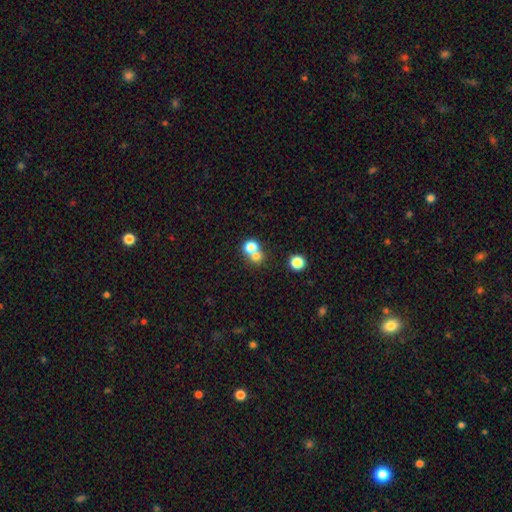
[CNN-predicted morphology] smooth-or-featured: smooth: 73% | star or artifact: 15% | featured or disk: 12%
  how-rounded: round: 82% | in between: 17% | cigar-shaped: 1%
  merging: merger: 53% | none: 39% | minor disturbance: 5% | major disturbance: 3%